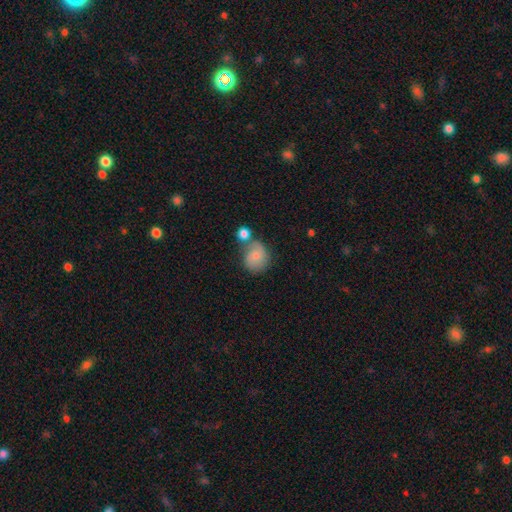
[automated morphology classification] type=smooth (59%); roundness=round (71%); merging=none (45%).